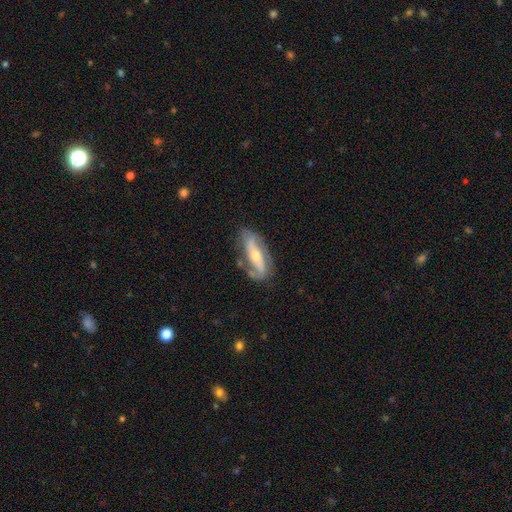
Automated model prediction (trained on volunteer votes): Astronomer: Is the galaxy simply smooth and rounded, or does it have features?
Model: featured or disk — 72%.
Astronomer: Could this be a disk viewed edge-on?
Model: no — 81%.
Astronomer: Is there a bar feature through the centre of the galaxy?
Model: strong — 42% (runner-up: no, 36%).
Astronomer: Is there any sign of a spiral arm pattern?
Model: yes — 80%.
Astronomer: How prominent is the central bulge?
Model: moderate — 48% (runner-up: small, 45%).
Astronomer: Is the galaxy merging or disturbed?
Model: none — 67%.